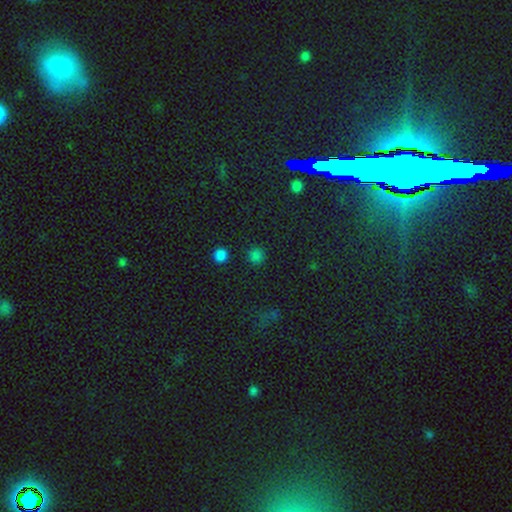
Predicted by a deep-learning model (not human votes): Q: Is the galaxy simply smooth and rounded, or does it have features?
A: smooth — 73%.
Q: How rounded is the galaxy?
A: round — 91%.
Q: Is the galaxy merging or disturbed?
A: none — 88%.